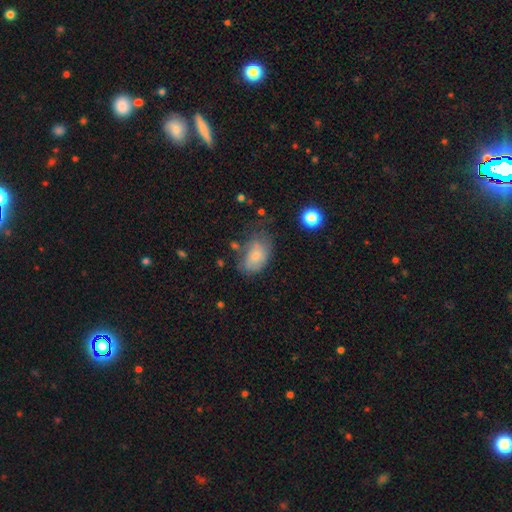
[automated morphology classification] smooth 69%, featured or disk 22%, star or artifact 9%. Down the decision tree: how rounded — in between (87%); merging — none (43%).